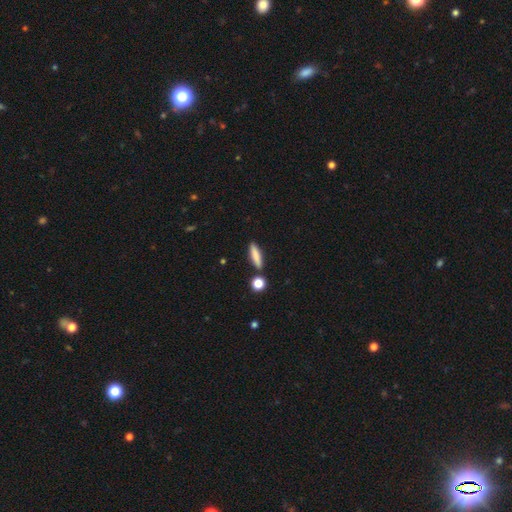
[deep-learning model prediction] Q: Smooth or featured?
A: smooth (82%); runner-up: featured or disk (12%)
Q: How rounded?
A: cigar-shaped (72%); runner-up: in between (24%)
Q: Merging?
A: none (84%); runner-up: minor disturbance (9%)